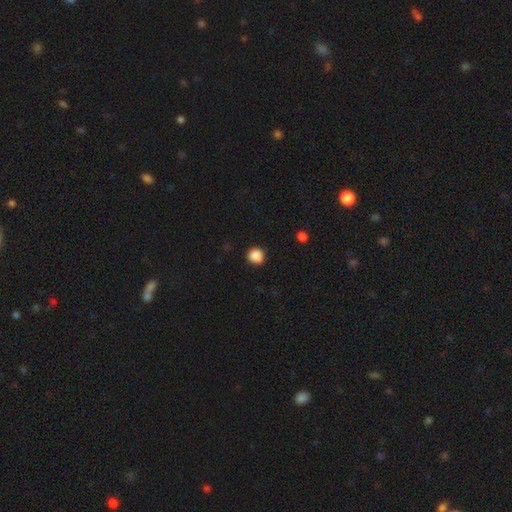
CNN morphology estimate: Smooth or featured: smooth — 87% (star or artifact — 10%)
How rounded: round — 89% (in between — 10%)
Merging: none — 82% (minor disturbance — 13%)